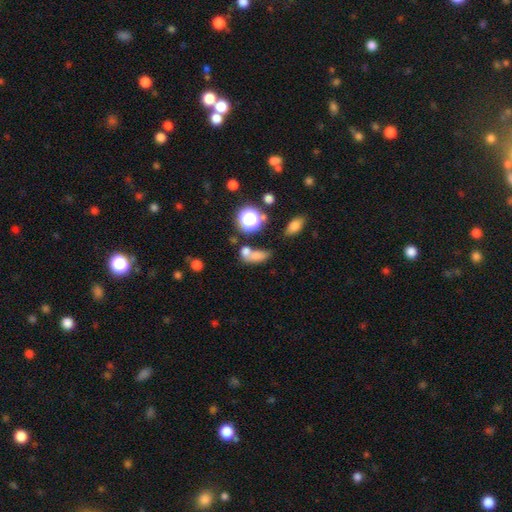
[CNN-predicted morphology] Smooth or featured?
  - smooth: 69% *
  - star or artifact: 19%
  - featured or disk: 13%
How rounded?
  - in between: 66% *
  - round: 27%
  - cigar-shaped: 7%
Merging?
  - merger: 44% *
  - none: 33%
  - minor disturbance: 13%
  - major disturbance: 10%